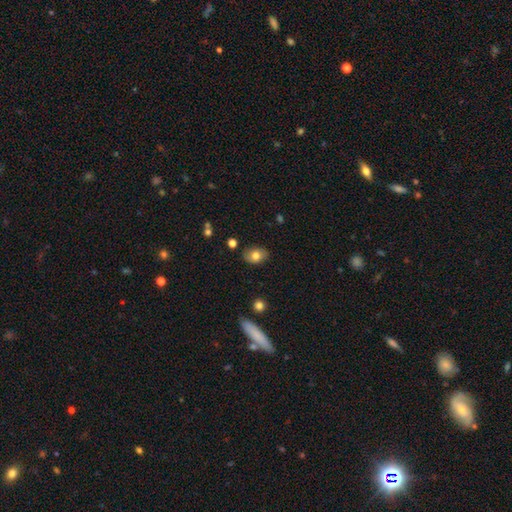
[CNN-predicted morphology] Smooth or featured: smooth — 77% (featured or disk — 14%)
How rounded: in between — 75% (round — 23%)
Merging: none — 82% (minor disturbance — 14%)